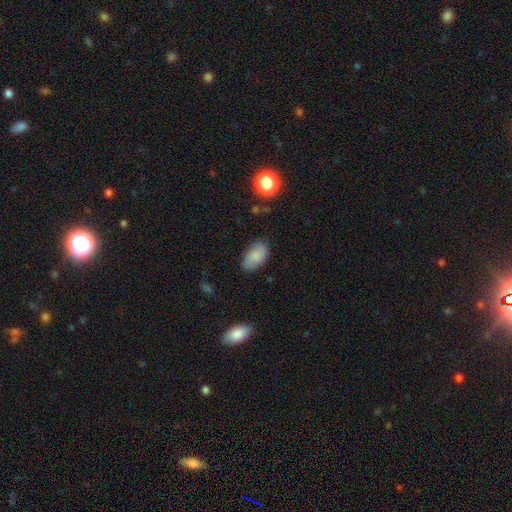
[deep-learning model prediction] This is clearly a smooth galaxy (84%). How rounded: clearly in between (93%). Merging: likely none (79%).